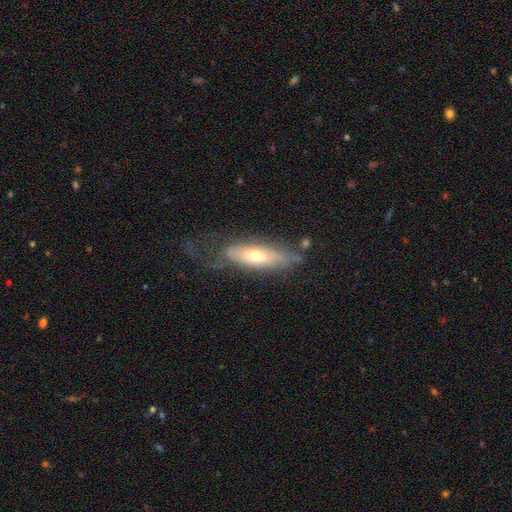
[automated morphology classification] smooth-or-featured: featured or disk: 50% | smooth: 42% | star or artifact: 8%
  disk-edge-on: no: 54% | yes: 46%
  merging: none: 43% | minor disturbance: 29% | major disturbance: 24% | merger: 3%